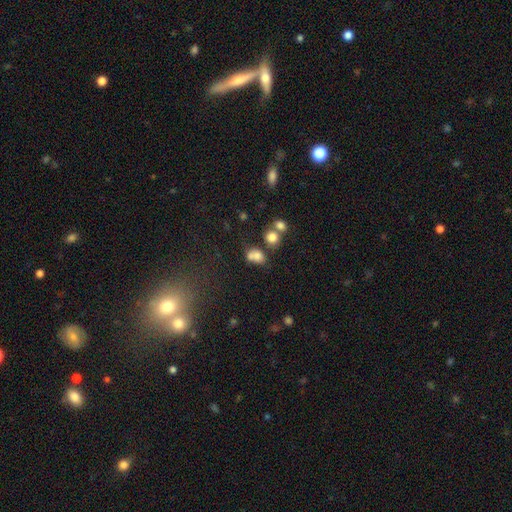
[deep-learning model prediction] smooth_or_featured: smooth (p=0.74) [alt: star or artifact p=0.13]
how_rounded: in between (p=0.50) [alt: round p=0.48]
merging: merger (p=0.49) [alt: none p=0.34]